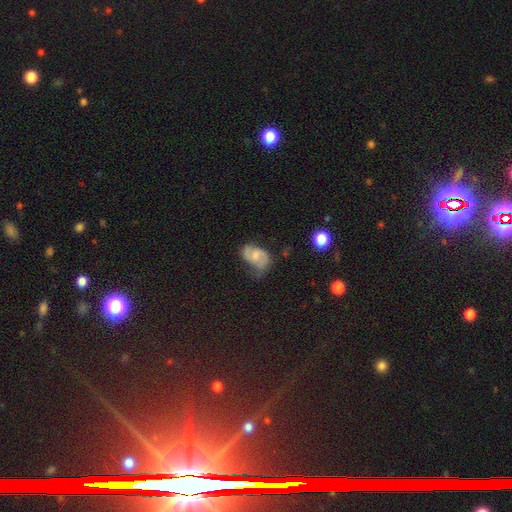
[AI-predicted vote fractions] smooth-or-featured: featured or disk: 59% | smooth: 33% | star or artifact: 8%
  disk-edge-on: no: 97% | yes: 3%
    bar: no: 51% | weak: 40% | strong: 9%
    has-spiral-arms: yes: 86% | no: 14%
    bulge-size: small: 45% | moderate: 42% | none: 9% | large: 3% | dominant: 1%
  merging: none: 48% | minor disturbance: 33% | major disturbance: 16% | merger: 3%